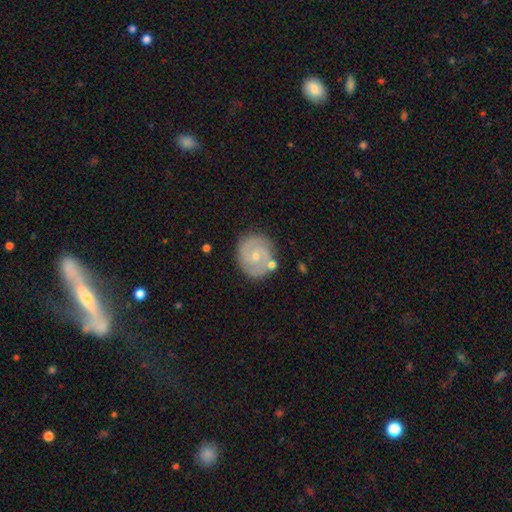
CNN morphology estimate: Q: Smooth or featured?
A: featured or disk (72%); runner-up: smooth (21%)
Q: Edge-on disk?
A: no (98%); runner-up: yes (2%)
Q: Bar?
A: no (66%); runner-up: weak (30%)
Q: Spiral arms?
A: yes (89%); runner-up: no (11%)
Q: Spiral winding?
A: tight (50%); runner-up: medium (39%)
Q: Spiral arm count?
A: 2 (74%); runner-up: can't tell (11%)
Q: Bulge size?
A: small (66%); runner-up: moderate (30%)
Q: Merging?
A: none (77%); runner-up: minor disturbance (13%)